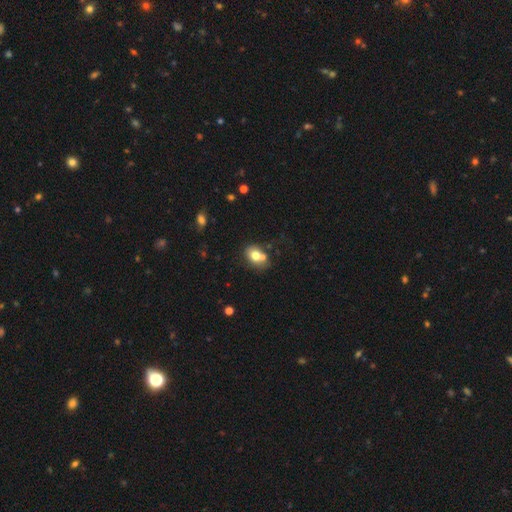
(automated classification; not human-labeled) Morphology: type=smooth (72%); roundness=in between (53%); merging=none (45%).